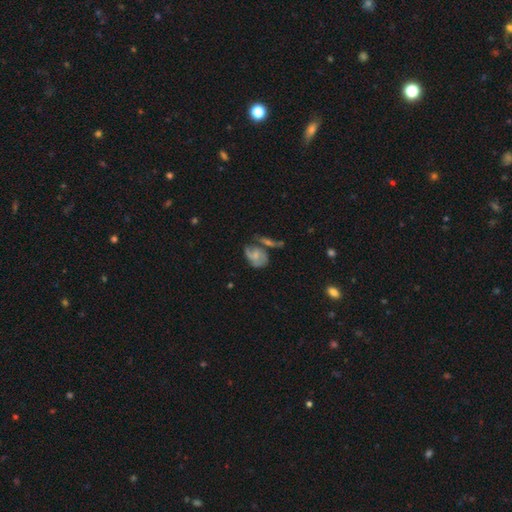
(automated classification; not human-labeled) Morphology: type=featured or disk (63%); edge-on=no (96%); bar=no (64%); spiral arms=yes (83%); winding=medium (45%); arm count=2 (53%); bulge=small (50%); merging=none (38%).